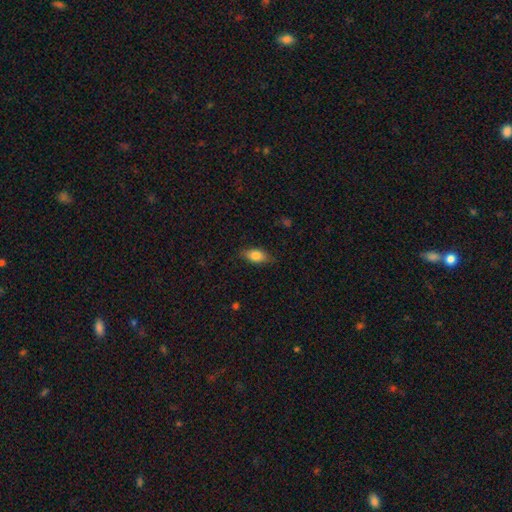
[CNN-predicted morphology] Smooth or featured? Predicted: smooth (p=0.79). How rounded? Predicted: in between (p=0.85). Merging? Predicted: none (p=0.80).